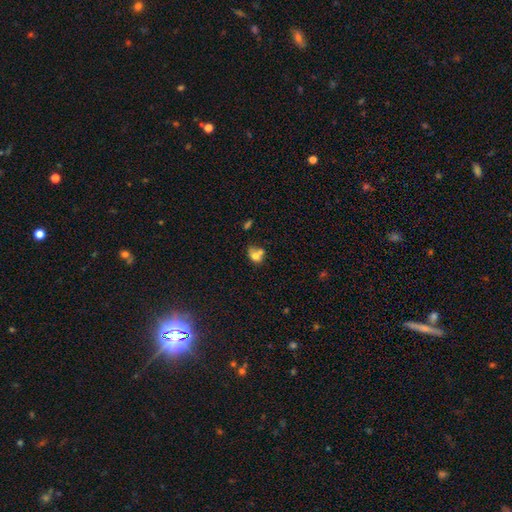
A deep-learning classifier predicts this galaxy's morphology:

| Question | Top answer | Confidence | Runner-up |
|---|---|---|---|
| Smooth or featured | smooth | 69% | featured or disk (19%) |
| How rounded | in between | 53% | round (46%) |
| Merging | merger | 48% | none (30%) |